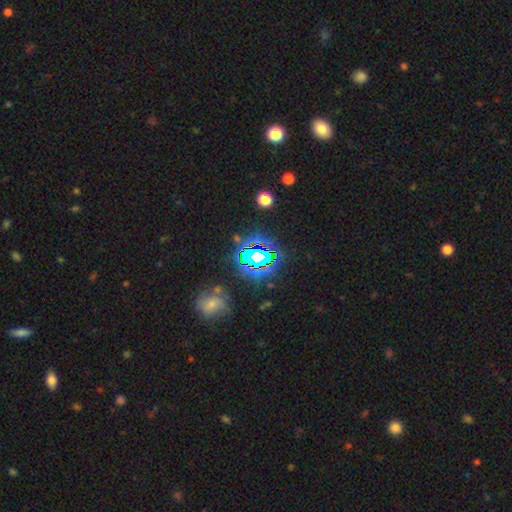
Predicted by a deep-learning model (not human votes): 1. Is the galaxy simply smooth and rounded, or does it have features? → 76% star or artifact, 14% smooth, 10% featured or disk.